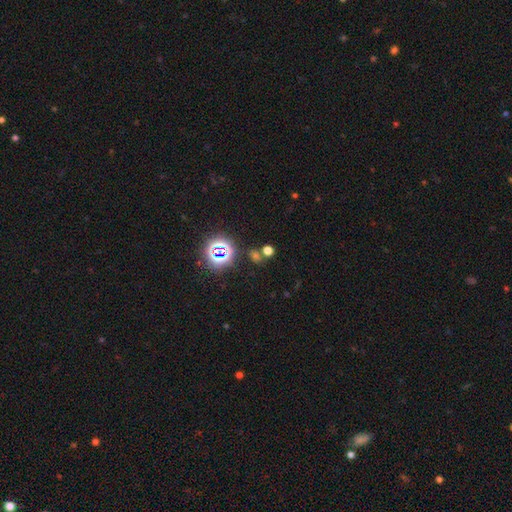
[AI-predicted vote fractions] Morphology: type=star or artifact (56%).